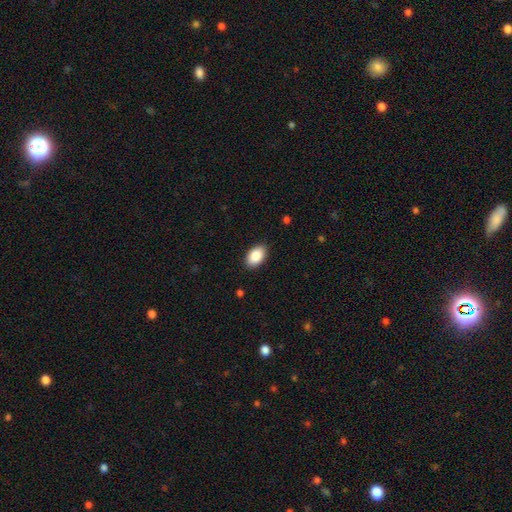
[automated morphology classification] A smooth galaxy with no disk features (88%) that is in between round and cigar-shaped (92%). Merging: none (88%).